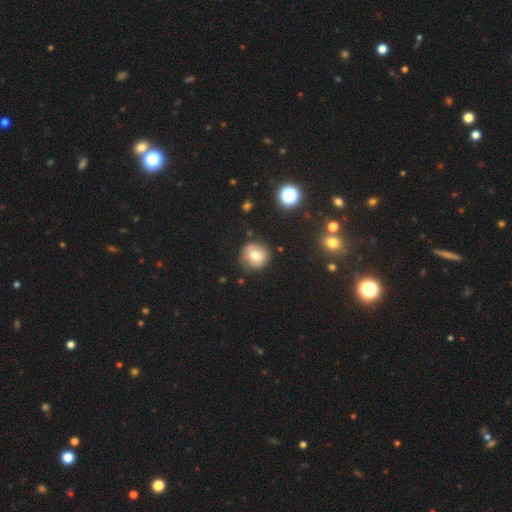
This is likely a smooth galaxy (69%). How rounded: clearly round (93%). Merging: likely none (71%).